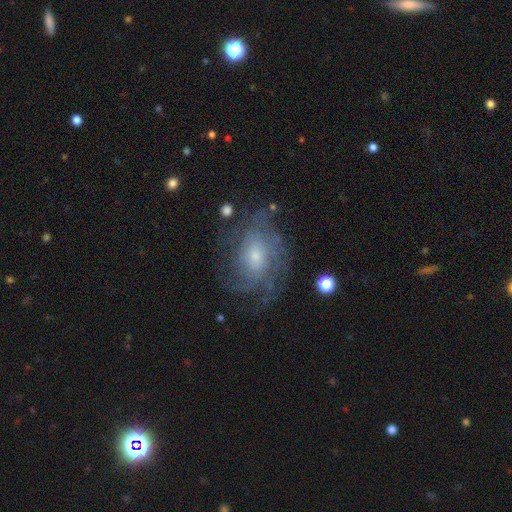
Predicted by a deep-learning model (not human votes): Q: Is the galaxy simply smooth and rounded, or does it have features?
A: featured or disk — 78%.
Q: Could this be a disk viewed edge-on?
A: no — 97%.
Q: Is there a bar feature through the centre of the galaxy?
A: no — 72%.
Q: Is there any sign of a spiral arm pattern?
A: yes — 89%.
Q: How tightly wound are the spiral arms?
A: tight — 48%.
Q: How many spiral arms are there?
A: can't tell — 45%.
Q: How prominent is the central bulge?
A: small — 58%.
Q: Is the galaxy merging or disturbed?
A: none — 65%.